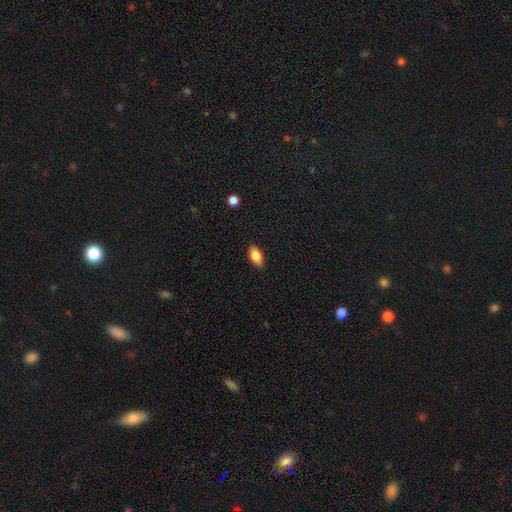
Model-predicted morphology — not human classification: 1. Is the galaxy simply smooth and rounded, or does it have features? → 85% smooth, 8% featured or disk, 7% star or artifact.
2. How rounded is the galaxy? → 91% in between, 5% cigar-shaped, 4% round.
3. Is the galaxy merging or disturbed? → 87% none, 10% minor disturbance, 2% major disturbance, 1% merger.